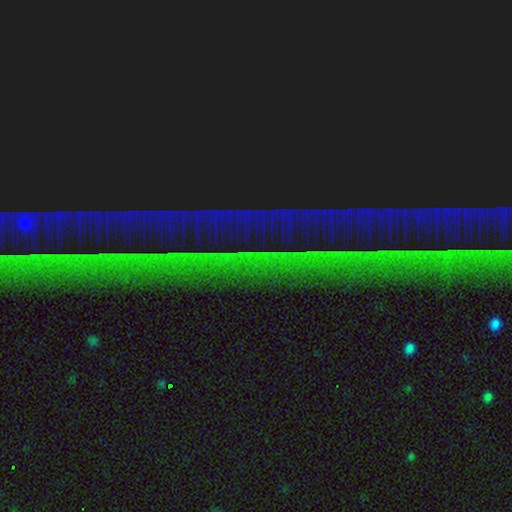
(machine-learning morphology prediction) type=star or artifact (87%).